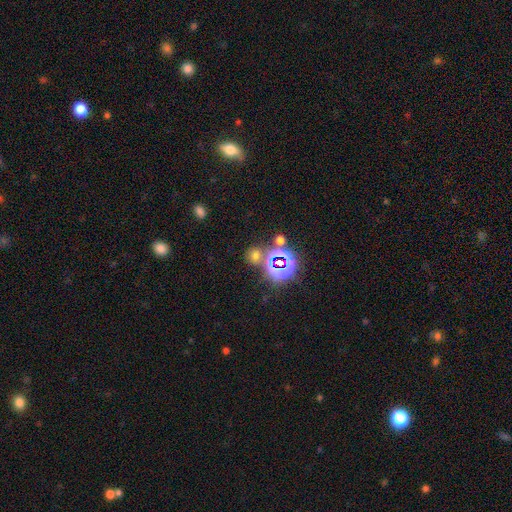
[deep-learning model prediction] The model was most divided on "smooth or featured": smooth: 48%, star or artifact: 44%, featured or disk: 7%. More confident: merging — none (70%).